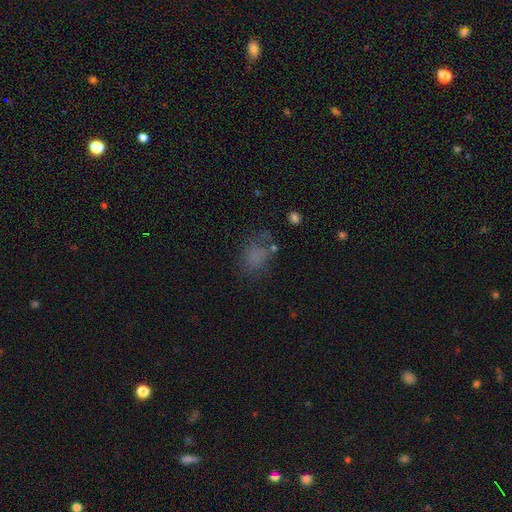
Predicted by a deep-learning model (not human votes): Smooth or featured: smooth — 68% (star or artifact — 18%)
How rounded: in between — 61% (round — 37%)
Merging: none — 55% (minor disturbance — 22%)